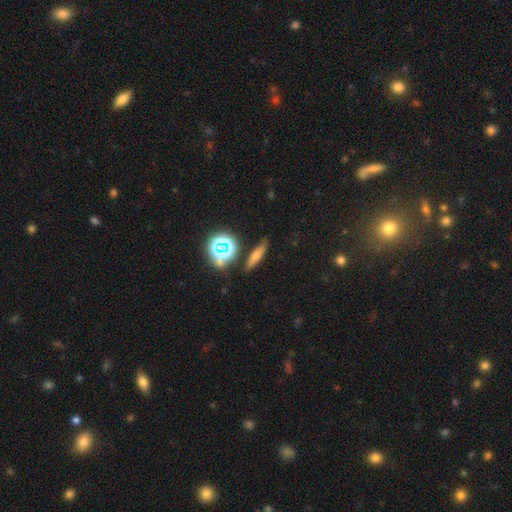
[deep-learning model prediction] Smooth or featured?
  - smooth: 62% *
  - star or artifact: 19%
  - featured or disk: 19%
How rounded?
  - cigar-shaped: 68% *
  - in between: 21%
  - round: 12%
Merging?
  - none: 80% *
  - minor disturbance: 13%
  - merger: 4%
  - major disturbance: 4%